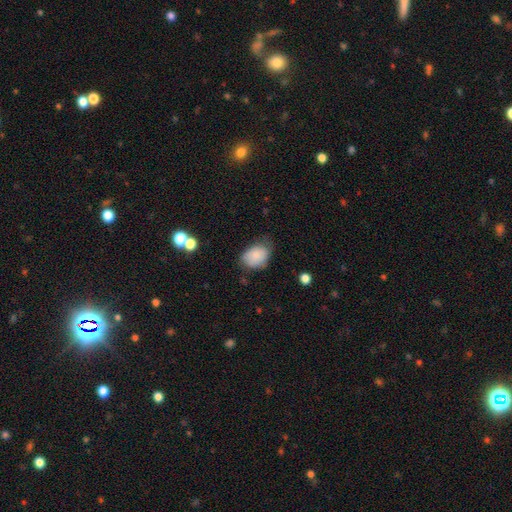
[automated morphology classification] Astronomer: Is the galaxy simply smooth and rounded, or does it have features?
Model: smooth — 82%.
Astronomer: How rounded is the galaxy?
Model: in between — 75%.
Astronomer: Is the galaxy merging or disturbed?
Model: none — 53% (runner-up: minor disturbance, 36%).